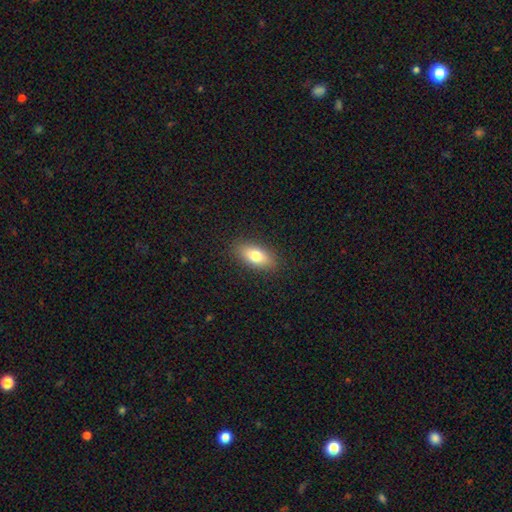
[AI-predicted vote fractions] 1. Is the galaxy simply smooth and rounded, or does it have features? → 77% smooth, 16% featured or disk, 8% star or artifact.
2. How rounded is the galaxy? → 85% in between, 10% cigar-shaped, 5% round.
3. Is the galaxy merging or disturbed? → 88% none, 9% minor disturbance, 2% major disturbance, 1% merger.